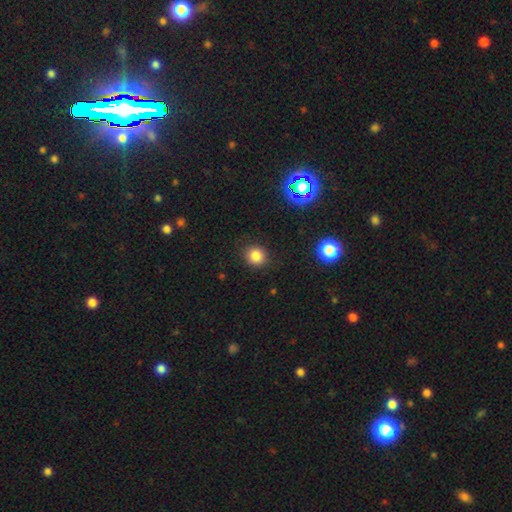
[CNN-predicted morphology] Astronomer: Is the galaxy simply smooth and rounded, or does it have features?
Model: smooth — 82%.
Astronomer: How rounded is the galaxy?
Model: round — 81%.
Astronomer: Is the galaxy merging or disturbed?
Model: none — 88%.